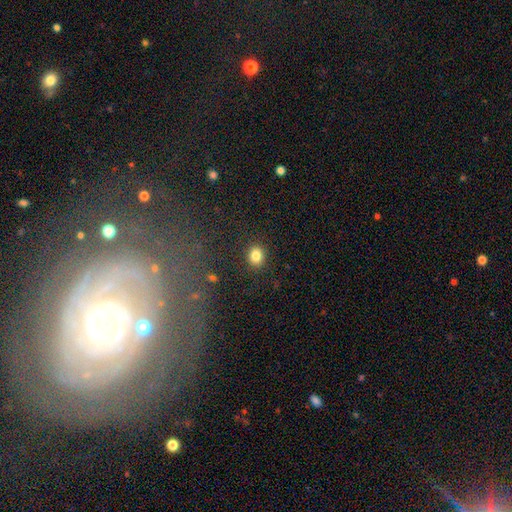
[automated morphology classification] Smooth or featured: smooth — 84% (star or artifact — 11%)
How rounded: round — 65% (in between — 34%)
Merging: none — 88% (minor disturbance — 7%)